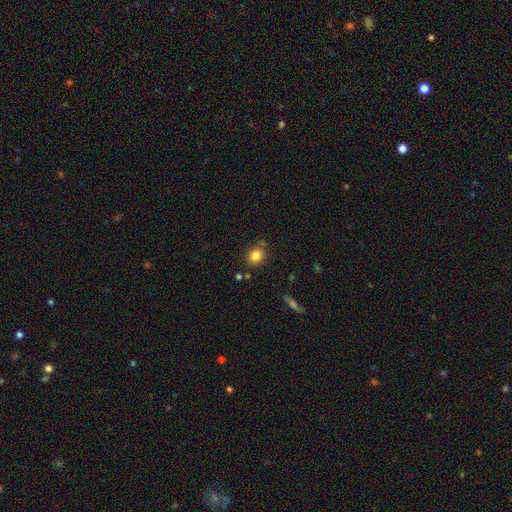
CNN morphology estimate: This is clearly a smooth galaxy (83%). How rounded: likely round (77%). Merging: likely none (79%).